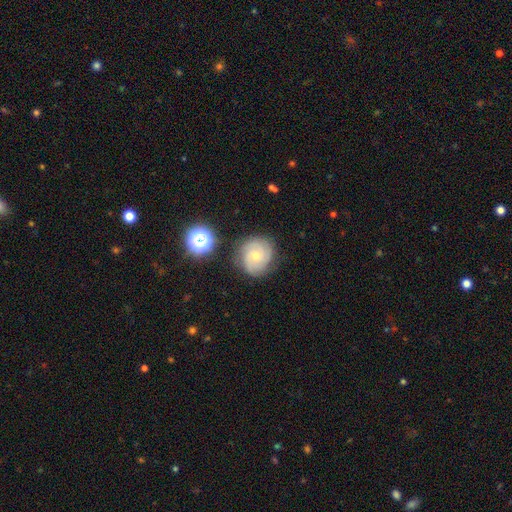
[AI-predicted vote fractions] Smooth or featured: featured or disk — 67% (smooth — 24%)
Edge-on disk: no — 98% (yes — 2%)
Bar: no — 76% (weak — 21%)
Spiral arms: yes — 93% (no — 7%)
Spiral winding: tight — 62% (medium — 31%)
Spiral arm count: 3 — 37% (can't tell — 24%)
Bulge size: small — 55% (moderate — 41%)
Merging: none — 77% (minor disturbance — 16%)